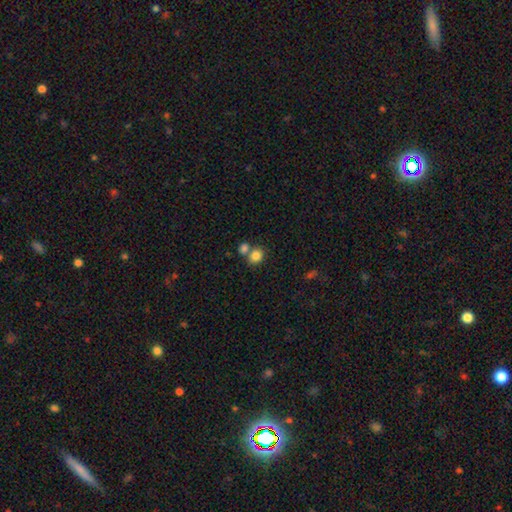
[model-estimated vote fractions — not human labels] The model was most divided on "merging": none: 50%, merger: 37%, minor disturbance: 9%, major disturbance: 3%. More confident: smooth or featured — smooth (83%); how rounded — round (67%).